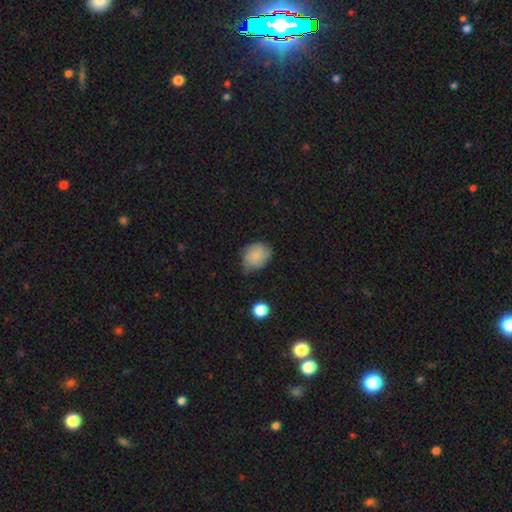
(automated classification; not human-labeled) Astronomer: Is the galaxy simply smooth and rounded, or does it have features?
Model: smooth — 65%.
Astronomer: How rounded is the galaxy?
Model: round — 51% (runner-up: in between, 48%).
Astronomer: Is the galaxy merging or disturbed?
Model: none — 54% (runner-up: minor disturbance, 36%).